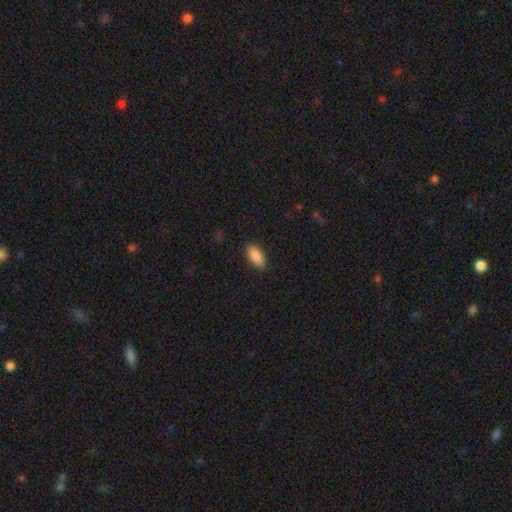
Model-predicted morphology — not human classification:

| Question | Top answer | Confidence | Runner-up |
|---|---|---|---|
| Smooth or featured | smooth | 90% | star or artifact (7%) |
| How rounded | in between | 91% | cigar-shaped (6%) |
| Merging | none | 86% | minor disturbance (11%) |